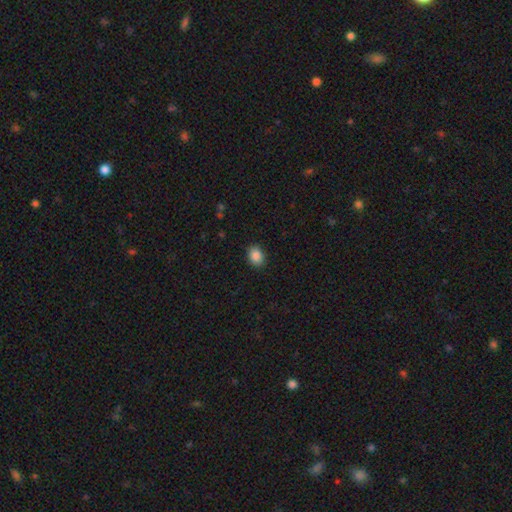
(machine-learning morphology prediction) smooth 88%, star or artifact 9%, featured or disk 4%. Down the decision tree: how rounded — in between (67%); merging — none (89%).